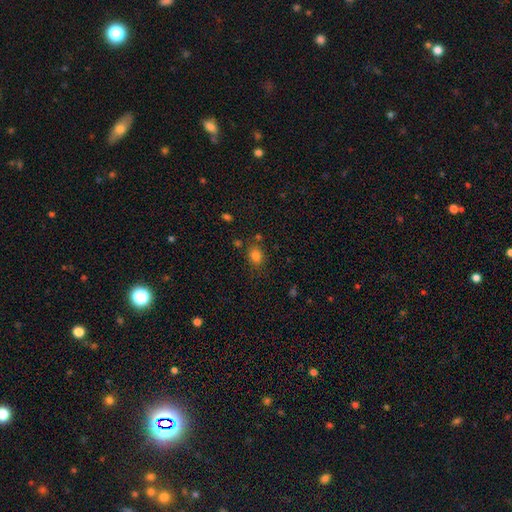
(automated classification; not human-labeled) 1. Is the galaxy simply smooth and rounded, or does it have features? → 80% smooth, 14% star or artifact, 6% featured or disk.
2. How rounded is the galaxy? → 54% in between, 45% round, 1% cigar-shaped.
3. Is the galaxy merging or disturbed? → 74% none, 14% minor disturbance, 7% merger, 5% major disturbance.